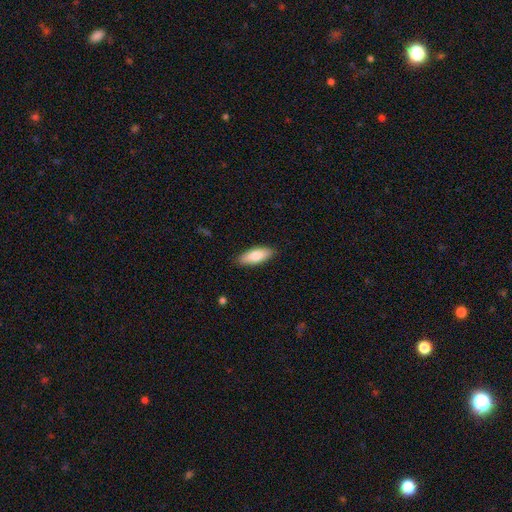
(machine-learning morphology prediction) smooth_or_featured: smooth (p=0.82) [alt: featured or disk p=0.12]
how_rounded: in between (p=0.74) [alt: cigar-shaped p=0.24]
merging: none (p=0.87) [alt: minor disturbance p=0.10]